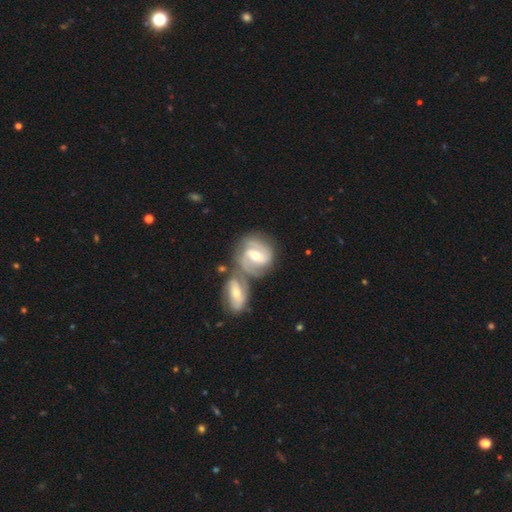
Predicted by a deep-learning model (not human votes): This is likely a featured or disk galaxy (78%). It is clearly not viewed edge-on (96%). Bar: possibly weak (48%). Spiral arm pattern: clearly yes (93%). Spiral arm count: likely 2 (60%). Spiral winding: marginally tight (42%, tied with medium). Central bulge: likely moderate (63%). Merging: possibly merger (48%).